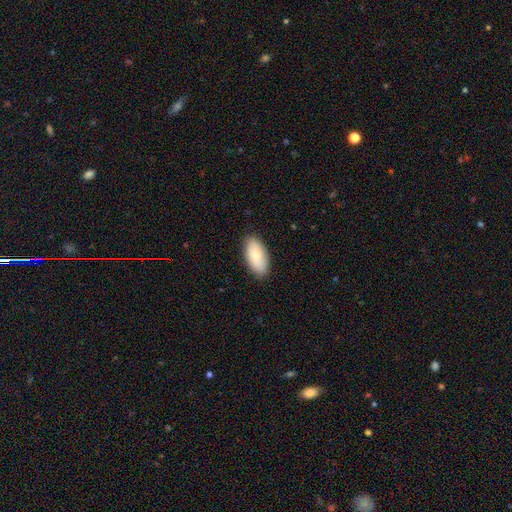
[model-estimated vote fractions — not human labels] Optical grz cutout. It shows a smooth galaxy with no disk features (82%) that is in between round and cigar-shaped (94%). Merging: none (86%).